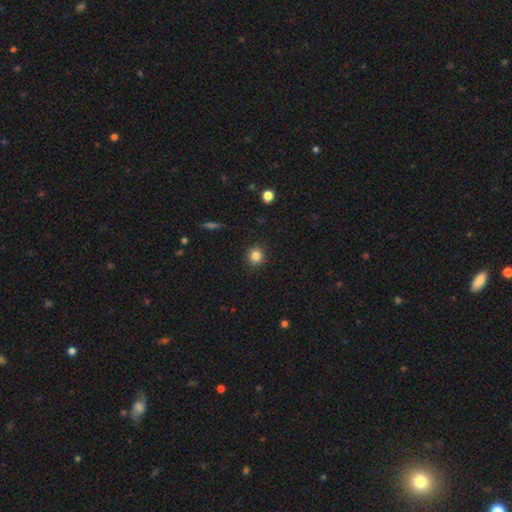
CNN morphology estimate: type=smooth (84%); roundness=round (87%); merging=none (90%).